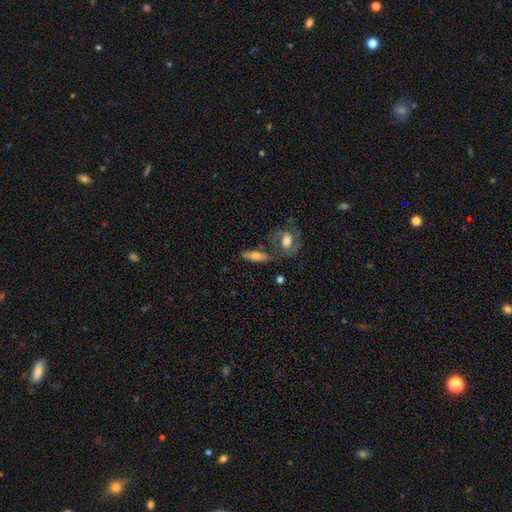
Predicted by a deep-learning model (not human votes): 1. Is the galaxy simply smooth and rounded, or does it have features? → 60% smooth, 33% featured or disk, 7% star or artifact.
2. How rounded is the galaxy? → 48% cigar-shaped (tied), 48% in between (tied), 4% round.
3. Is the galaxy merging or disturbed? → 61% none, 18% merger, 16% minor disturbance, 6% major disturbance.